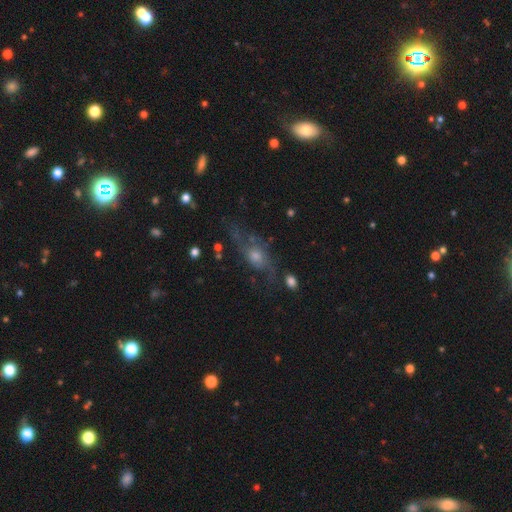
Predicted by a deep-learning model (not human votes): A featured or disk galaxy (56%).

Vote fractions:
- Smooth or featured? featured or disk: 56% / smooth: 28% / star or artifact: 16%
- Edge-on disk? no: 74% / yes: 26%
- Merging? none: 52% / major disturbance: 23% / minor disturbance: 20% / merger: 5%